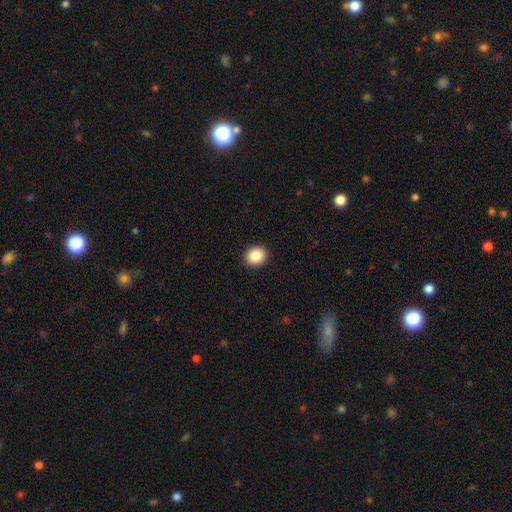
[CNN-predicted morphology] This is clearly a smooth galaxy (86%). How rounded: likely round (80%). Merging: clearly none (93%).